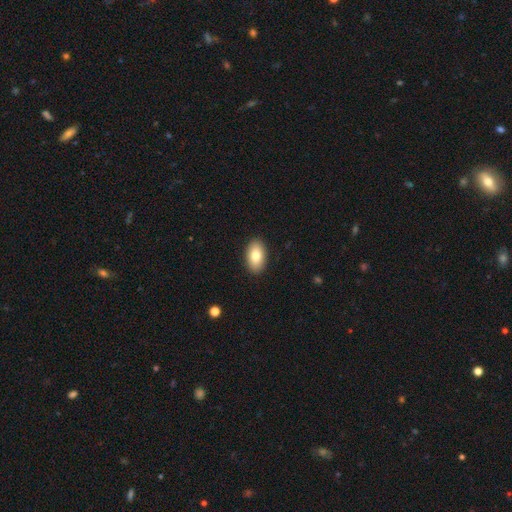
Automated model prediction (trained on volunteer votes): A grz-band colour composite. It shows a smooth galaxy with no disk features (80%) that is in between round and cigar-shaped (93%). Merging: none (90%).